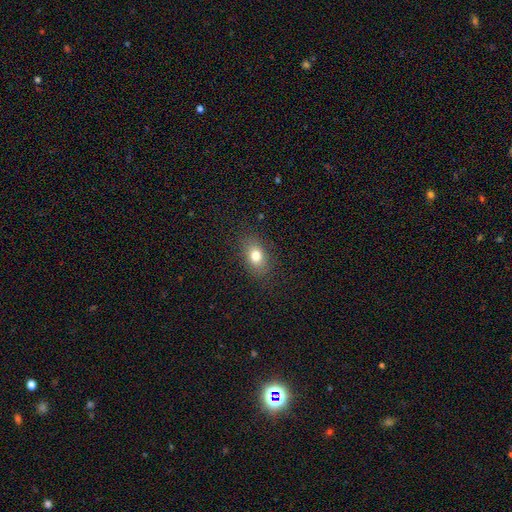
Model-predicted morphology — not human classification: A smooth galaxy with no disk features (79%) that is in between round and cigar-shaped (79%). Merging: none (84%).